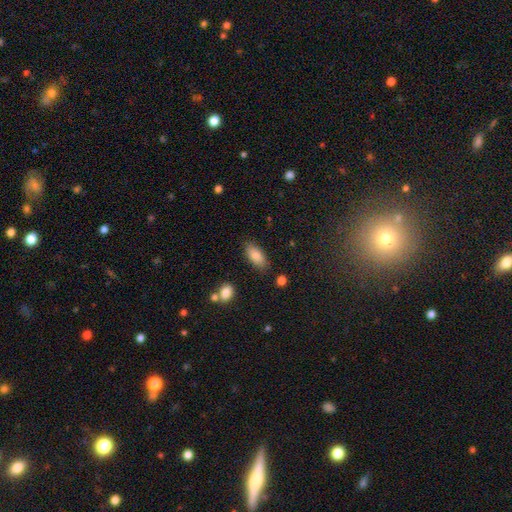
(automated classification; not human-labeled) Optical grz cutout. It shows a smooth galaxy with no disk features (84%) that is in between round and cigar-shaped (88%). Merging: none (82%).